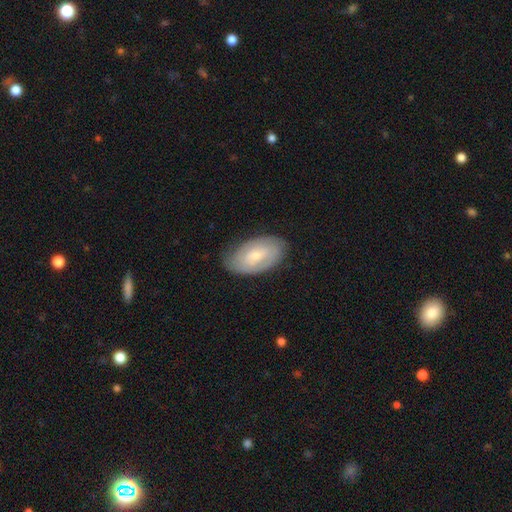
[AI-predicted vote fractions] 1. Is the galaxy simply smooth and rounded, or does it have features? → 53% featured or disk, 41% smooth, 6% star or artifact.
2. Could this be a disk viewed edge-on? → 94% no, 6% yes.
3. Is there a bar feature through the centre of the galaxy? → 52% no, 38% weak, 9% strong.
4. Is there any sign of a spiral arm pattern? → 72% yes, 28% no.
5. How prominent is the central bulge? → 64% small, 31% moderate, 2% none, 2% large, 1% dominant.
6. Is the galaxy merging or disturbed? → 77% none, 18% minor disturbance, 4% major disturbance, 1% merger.